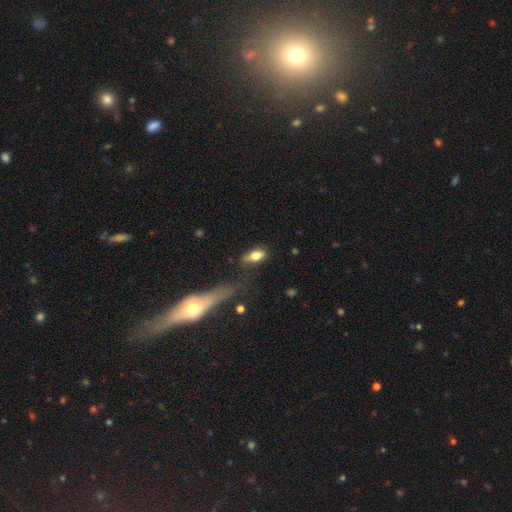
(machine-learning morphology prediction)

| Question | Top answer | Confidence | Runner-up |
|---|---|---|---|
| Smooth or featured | smooth | 74% | featured or disk (18%) |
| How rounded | in between | 82% | round (10%) |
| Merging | none | 62% | minor disturbance (22%) |